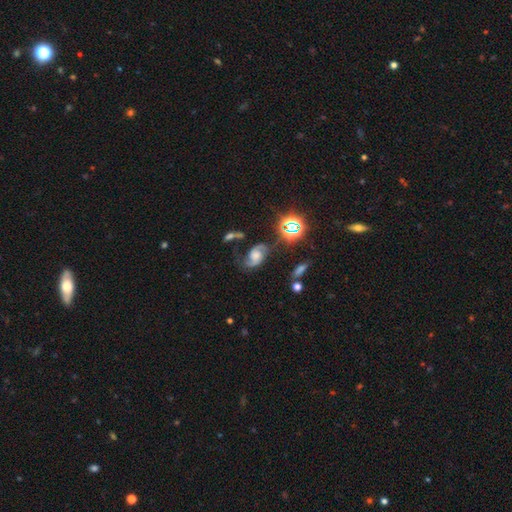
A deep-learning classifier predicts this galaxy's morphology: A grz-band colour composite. It shows a featured or disk galaxy (72%) with no bar (59%), 2 (88%) medium (43%) spiral arms (93%) and a moderate central bulge (46%). Merging: none (53%).